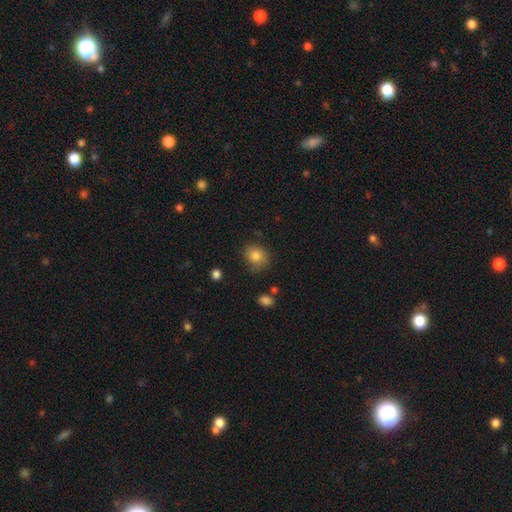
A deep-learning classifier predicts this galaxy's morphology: Smooth or featured? Predicted: smooth (p=0.83). How rounded? Predicted: round (p=0.68). Merging? Predicted: none (p=0.74).